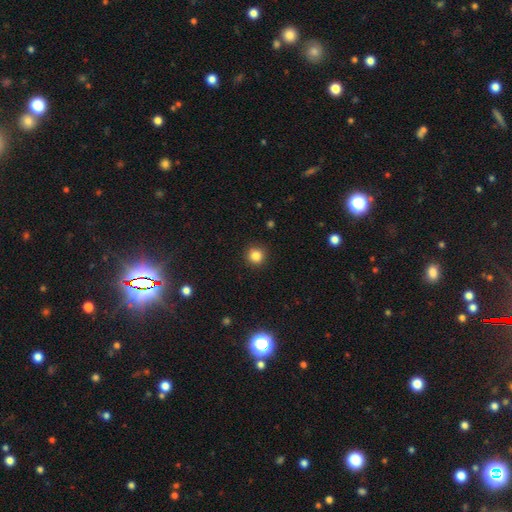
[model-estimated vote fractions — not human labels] smooth 85%, star or artifact 11%, featured or disk 4%. Down the decision tree: how rounded — round (93%); merging — none (91%).